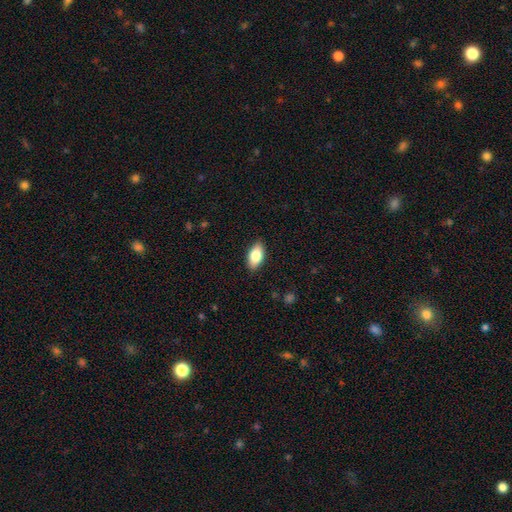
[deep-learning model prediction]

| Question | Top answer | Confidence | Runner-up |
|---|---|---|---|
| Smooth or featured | smooth | 82% | featured or disk (11%) |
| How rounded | in between | 92% | cigar-shaped (4%) |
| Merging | none | 88% | minor disturbance (9%) |